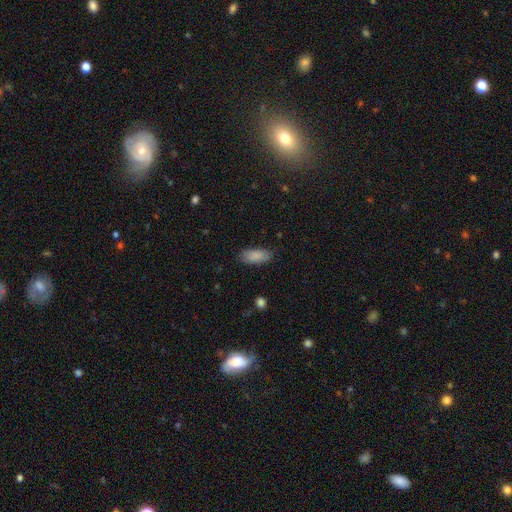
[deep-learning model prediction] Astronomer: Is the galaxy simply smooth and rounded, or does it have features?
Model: smooth — 88%.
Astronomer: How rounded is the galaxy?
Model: in between — 84%.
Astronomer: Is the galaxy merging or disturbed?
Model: none — 80%.